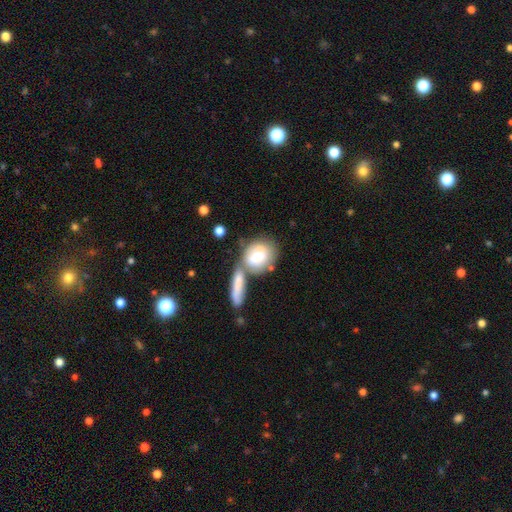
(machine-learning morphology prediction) smooth_or_featured: smooth (p=0.70) [alt: featured or disk p=0.24]
how_rounded: round (p=0.51) [alt: in between p=0.45]
merging: merger (p=0.40) [tied with: none p=0.40]